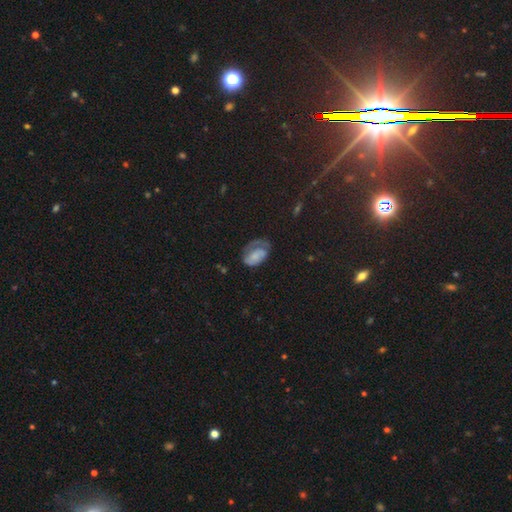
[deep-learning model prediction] Smooth or featured?
  - smooth: 47% *
  - featured or disk: 44%
  - star or artifact: 9%
Merging?
  - none: 37% *
  - major disturbance: 32%
  - minor disturbance: 29%
  - merger: 2%